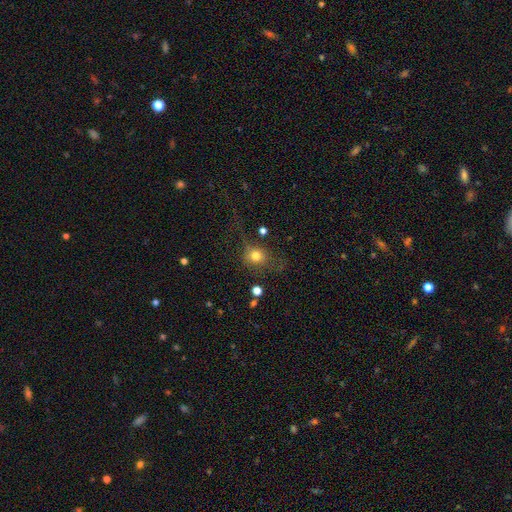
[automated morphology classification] smooth 73%, featured or disk 14%, star or artifact 14%. Down the decision tree: how rounded — round (74%); merging — none (47%).